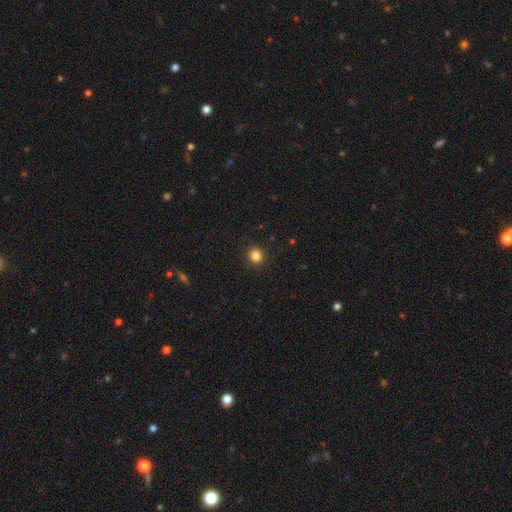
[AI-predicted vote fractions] This appears to be a smooth galaxy with no disk features (84%) that is round (82%). Merging: none (91%).